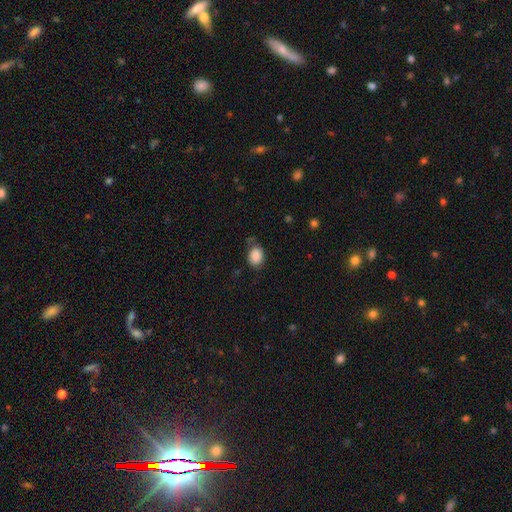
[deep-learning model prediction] Overall: smooth (87%). How rounded: in between (58%; round 41%). Merging: none (66%).